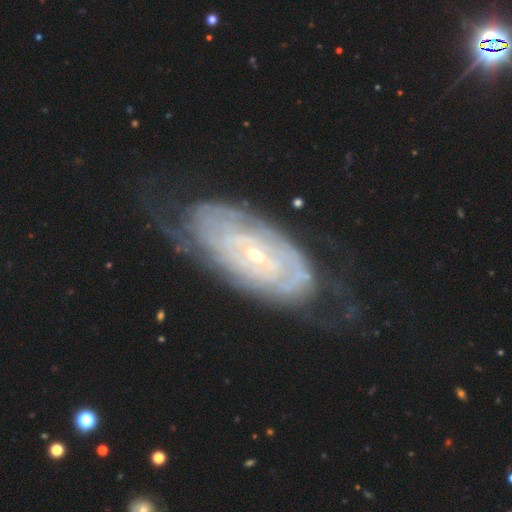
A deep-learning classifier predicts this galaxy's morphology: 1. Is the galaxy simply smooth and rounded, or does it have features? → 84% featured or disk, 10% smooth, 6% star or artifact.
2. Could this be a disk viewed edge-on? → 93% no, 7% yes.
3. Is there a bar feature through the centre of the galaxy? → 64% no, 26% weak, 9% strong.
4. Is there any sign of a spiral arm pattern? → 90% yes, 10% no.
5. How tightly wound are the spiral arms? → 80% tight, 16% medium, 4% loose.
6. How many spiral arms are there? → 53% can't tell, 19% 2, 8% 3, 8% 4, 8% more than 4, 5% 1.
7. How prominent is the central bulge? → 71% small, 26% moderate, 1% large, 1% none, 1% dominant.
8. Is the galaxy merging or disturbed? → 64% none, 22% minor disturbance, 12% major disturbance, 2% merger.